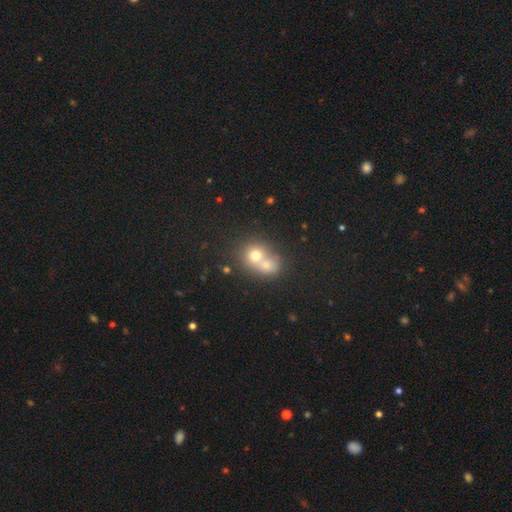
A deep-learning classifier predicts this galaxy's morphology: Smooth or featured? smooth (67%)
How rounded? round (70%)
Merging? merger (68%)